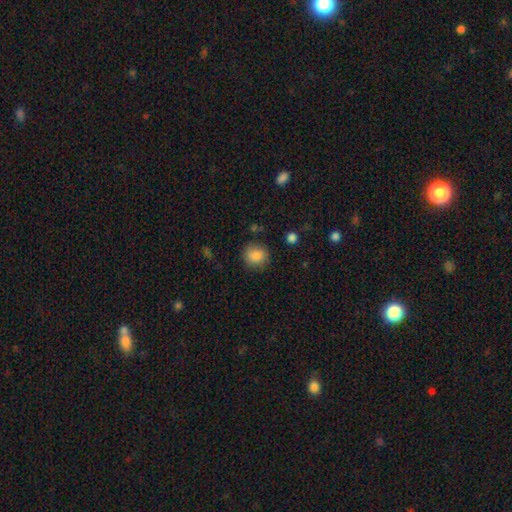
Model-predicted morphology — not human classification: smooth_or_featured: smooth (p=0.86) [alt: star or artifact p=0.09]
how_rounded: round (p=0.86) [alt: in between p=0.13]
merging: none (p=0.82) [alt: minor disturbance p=0.12]